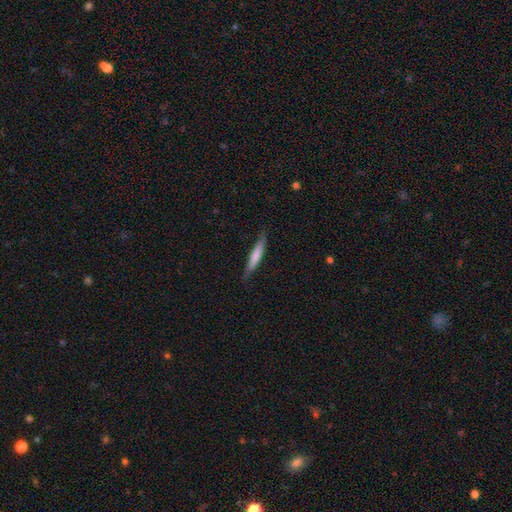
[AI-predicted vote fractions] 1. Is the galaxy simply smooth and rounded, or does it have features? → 67% smooth, 28% featured or disk, 5% star or artifact.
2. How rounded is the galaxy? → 93% cigar-shaped, 6% in between, 1% round.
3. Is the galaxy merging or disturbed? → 82% none, 14% minor disturbance, 2% major disturbance, 1% merger.